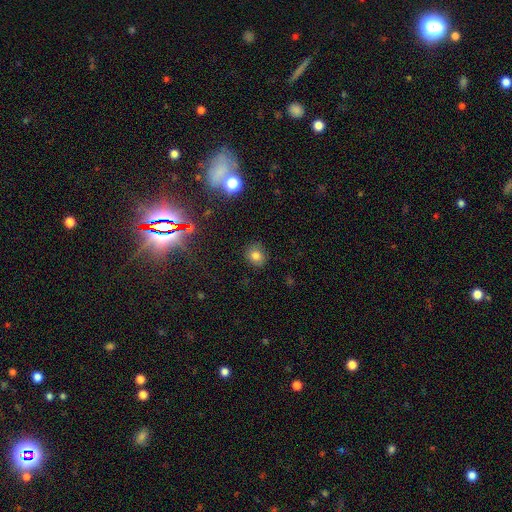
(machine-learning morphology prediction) Q: Smooth or featured?
A: smooth (77%); runner-up: star or artifact (14%)
Q: How rounded?
A: round (74%); runner-up: in between (25%)
Q: Merging?
A: none (86%); runner-up: minor disturbance (10%)